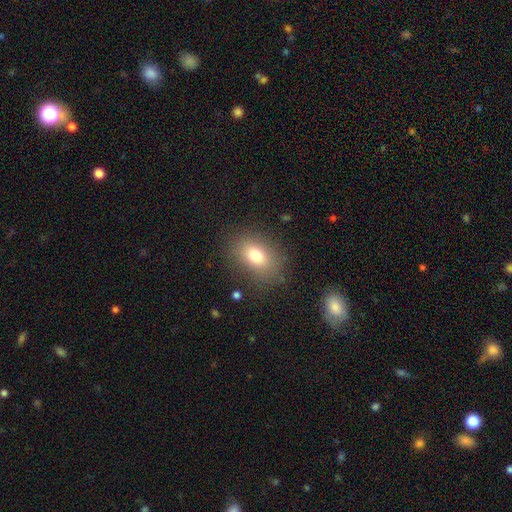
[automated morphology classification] The model was most divided on "how rounded": in between: 78%, round: 21%, cigar-shaped: 2%. More confident: merging — none (82%); smooth or featured — smooth (76%).